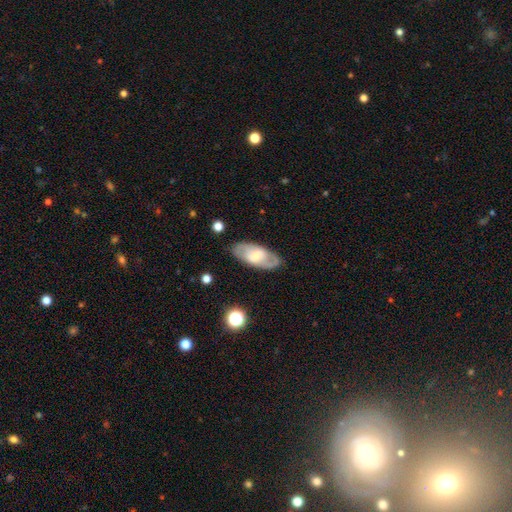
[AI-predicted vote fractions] smooth_or_featured: featured or disk (p=0.57) [alt: smooth p=0.37]
disk_edge_on: no (p=0.87) [alt: yes p=0.13]
bar: weak (p=0.44) [alt: no p=0.34]
has_spiral_arms: yes (p=0.61) [alt: no p=0.39]
bulge_size: moderate (p=0.41) [alt: small p=0.32]
merging: none (p=0.83) [alt: minor disturbance p=0.12]